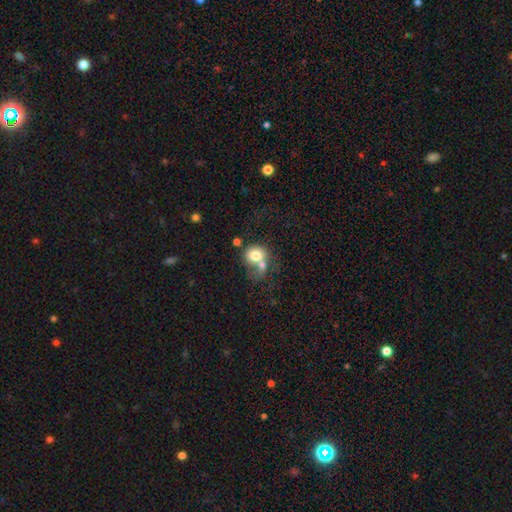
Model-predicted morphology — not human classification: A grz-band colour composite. It shows a smooth galaxy with no disk features (71%) that is round (59%). Merging: merger (58%).